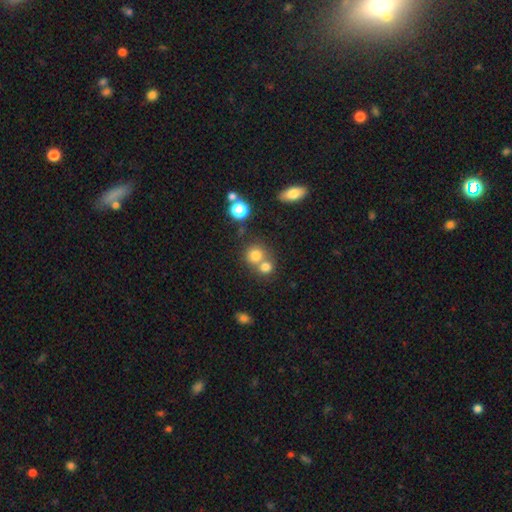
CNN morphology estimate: smooth_or_featured: smooth (p=0.75) [alt: star or artifact p=0.15]
how_rounded: round (p=0.85) [alt: in between p=0.14]
merging: none (p=0.47) [alt: merger p=0.43]